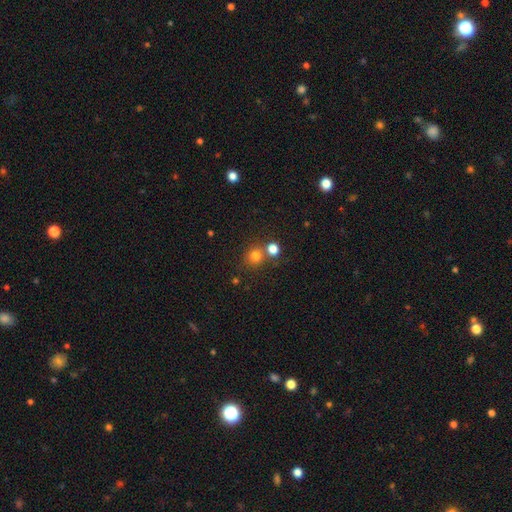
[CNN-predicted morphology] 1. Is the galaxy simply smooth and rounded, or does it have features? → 76% smooth, 17% star or artifact, 7% featured or disk.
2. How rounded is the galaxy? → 89% round, 10% in between, 1% cigar-shaped.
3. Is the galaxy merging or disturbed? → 66% none, 23% merger, 8% minor disturbance, 3% major disturbance.